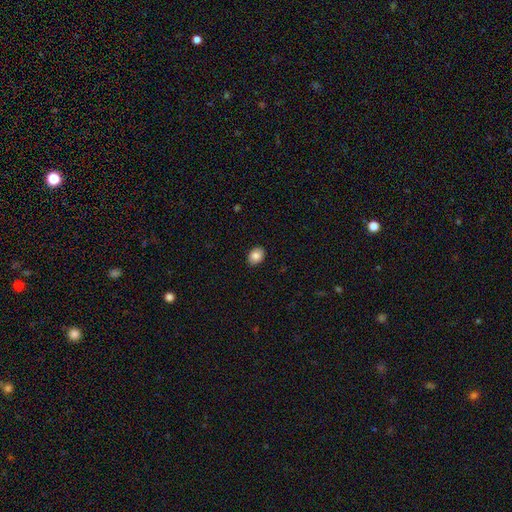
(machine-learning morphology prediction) Overall: smooth (85%). How rounded: in between (67%; round 32%). Merging: none (90%).